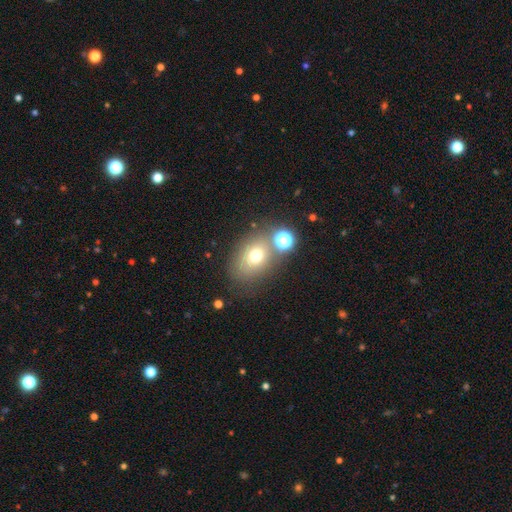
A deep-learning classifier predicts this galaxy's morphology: This appears to be a smooth galaxy with no disk features (68%) that is in between round and cigar-shaped (62%). Merging: none (64%).